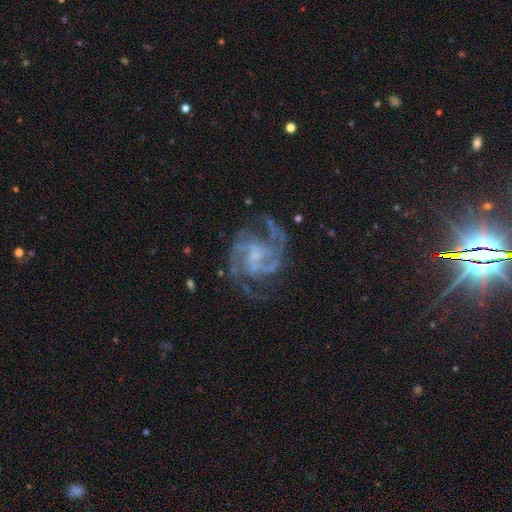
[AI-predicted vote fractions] Overall: featured or disk (90%). Edge-on disk: no (98%). Bar: weak (45%; no 42%). Spiral arms: yes (98%). Spiral arm count: 2 (52%; 3 23%). Spiral winding: medium (55%; tight 34%). Bulge size: small (53%; none 27%). Merging: none (70%).